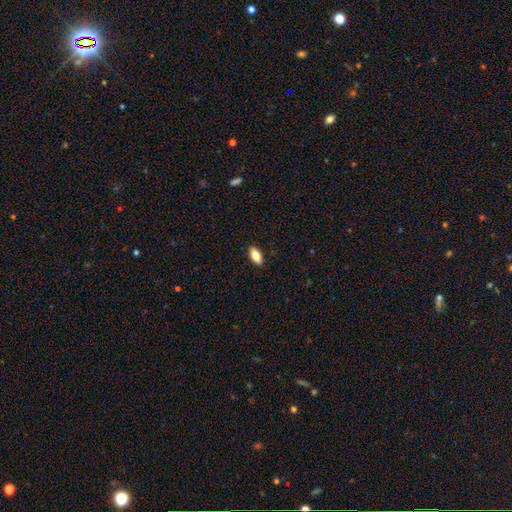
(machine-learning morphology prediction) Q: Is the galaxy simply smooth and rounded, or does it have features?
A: smooth — 78%.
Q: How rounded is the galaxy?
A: in between — 88%.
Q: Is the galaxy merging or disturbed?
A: none — 89%.